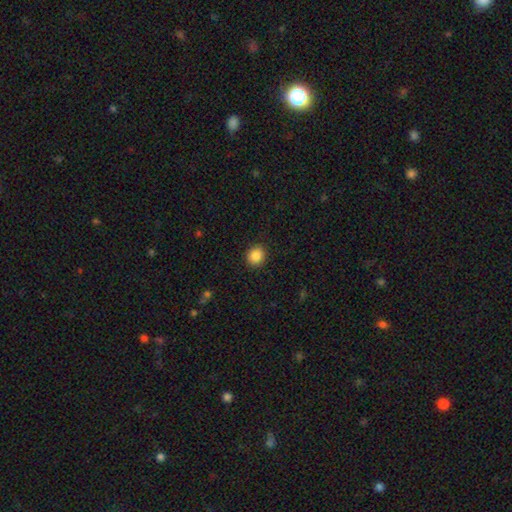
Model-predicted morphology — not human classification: smooth-or-featured: smooth: 87% | star or artifact: 9% | featured or disk: 4%
  how-rounded: round: 80% | in between: 19% | cigar-shaped: 1%
  merging: none: 89% | minor disturbance: 7% | major disturbance: 2% | merger: 1%